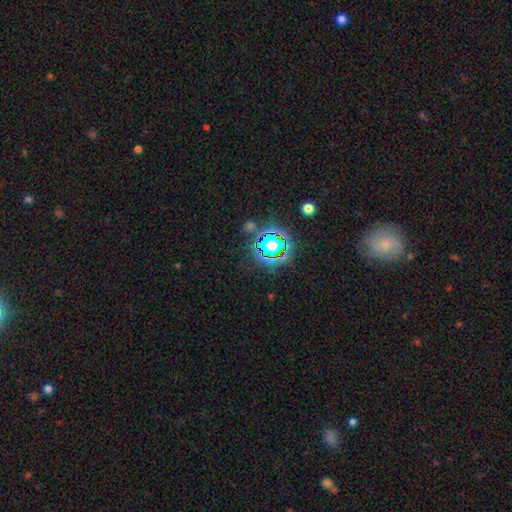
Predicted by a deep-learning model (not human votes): Smooth or featured: star or artifact — 78% (smooth — 13%)